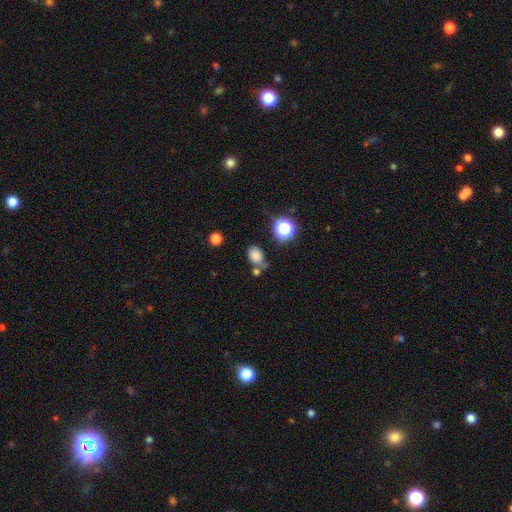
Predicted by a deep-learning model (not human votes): Smooth or featured? Predicted: smooth (p=0.80). How rounded? Predicted: in between (p=0.71). Merging? Predicted: none (p=0.65).